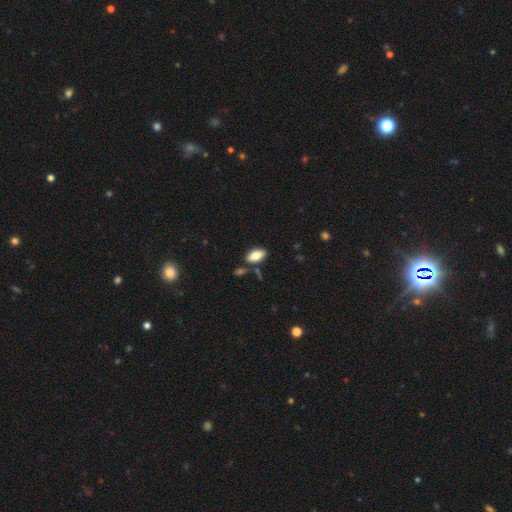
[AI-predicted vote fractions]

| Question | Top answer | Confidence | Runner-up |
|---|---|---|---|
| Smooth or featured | smooth | 81% | featured or disk (12%) |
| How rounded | in between | 92% | cigar-shaped (5%) |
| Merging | none | 77% | minor disturbance (13%) |